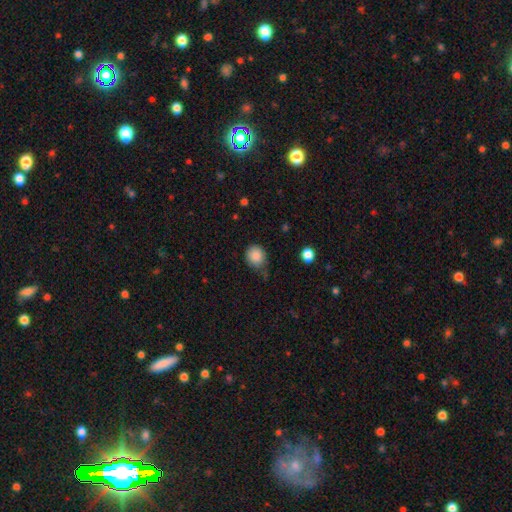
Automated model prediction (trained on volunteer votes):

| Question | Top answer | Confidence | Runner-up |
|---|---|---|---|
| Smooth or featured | smooth | 86% | star or artifact (9%) |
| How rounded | round | 81% | in between (18%) |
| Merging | none | 62% | minor disturbance (28%) |